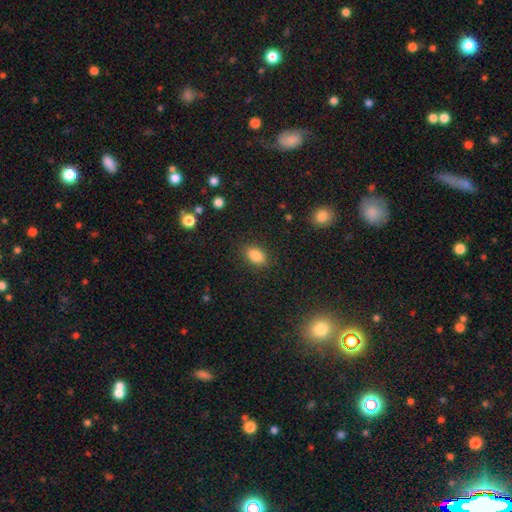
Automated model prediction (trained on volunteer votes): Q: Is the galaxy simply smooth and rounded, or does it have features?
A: smooth — 85%.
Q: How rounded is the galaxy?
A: in between — 87%.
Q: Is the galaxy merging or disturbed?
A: none — 87%.